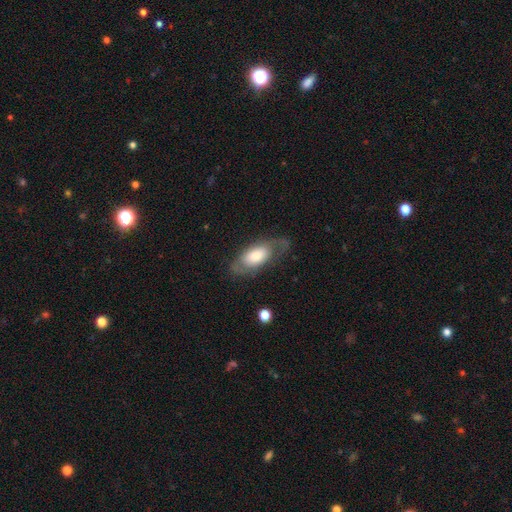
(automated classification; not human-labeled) The model was most divided on "smooth or featured": smooth: 49%, featured or disk: 45%, star or artifact: 6%. More confident: merging — none (63%).